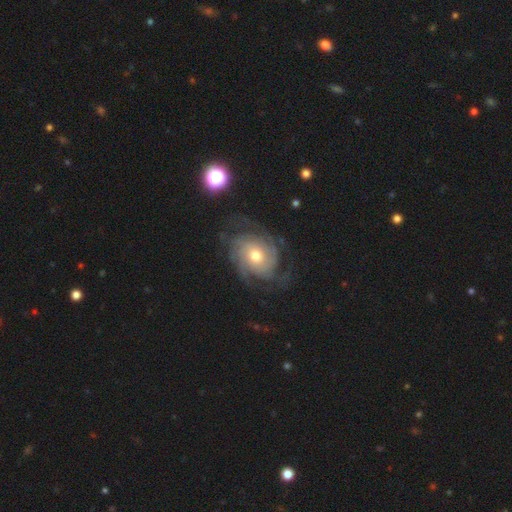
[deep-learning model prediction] Morphology: type=featured or disk (86%); edge-on=no (97%); bar=no (76%); spiral arms=yes (96%); winding=tight (62%); arm count=can't tell (29%); bulge=moderate (68%); merging=none (68%).